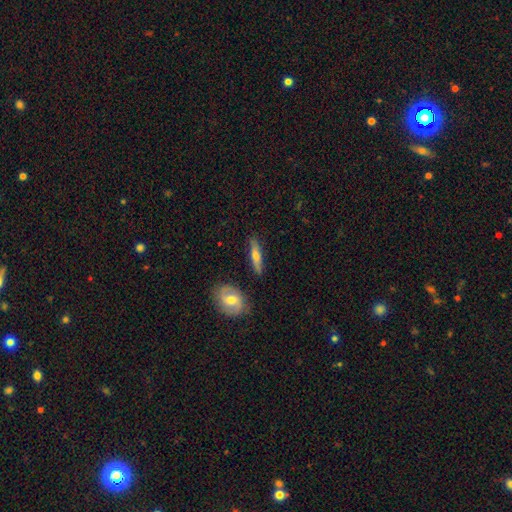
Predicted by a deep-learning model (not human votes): Smooth or featured? smooth (48%)
Merging? none (85%)